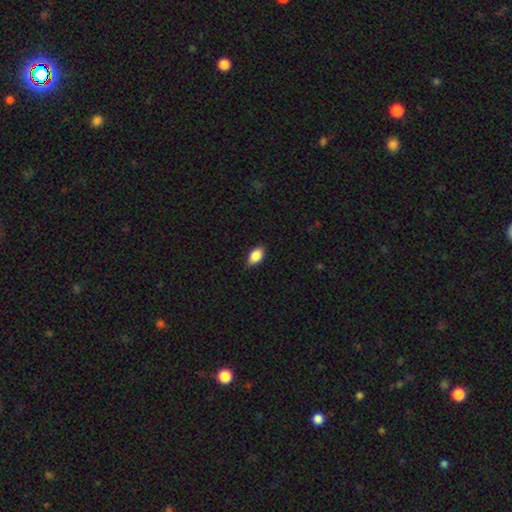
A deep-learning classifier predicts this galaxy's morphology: A smooth galaxy with no disk features (87%) that is in between round and cigar-shaped (91%).

Vote fractions:
- Smooth or featured? smooth: 87% / star or artifact: 7% / featured or disk: 6%
- How rounded? in between: 91% / round: 6% / cigar-shaped: 3%
- Merging? none: 83% / minor disturbance: 14% / major disturbance: 2% / merger: 1%